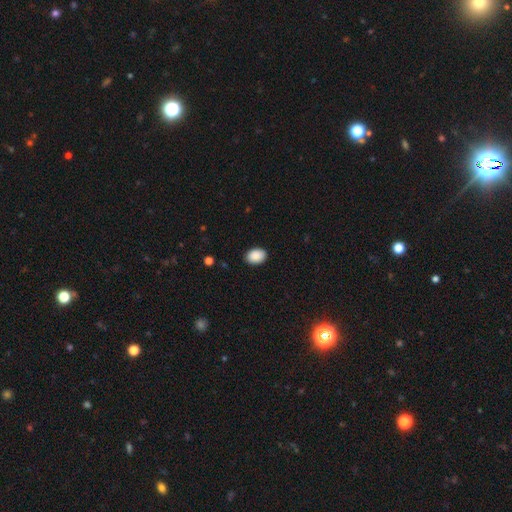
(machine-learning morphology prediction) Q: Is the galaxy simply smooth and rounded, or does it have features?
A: smooth — 90%.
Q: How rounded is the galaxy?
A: in between — 82%.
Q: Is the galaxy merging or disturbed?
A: none — 89%.